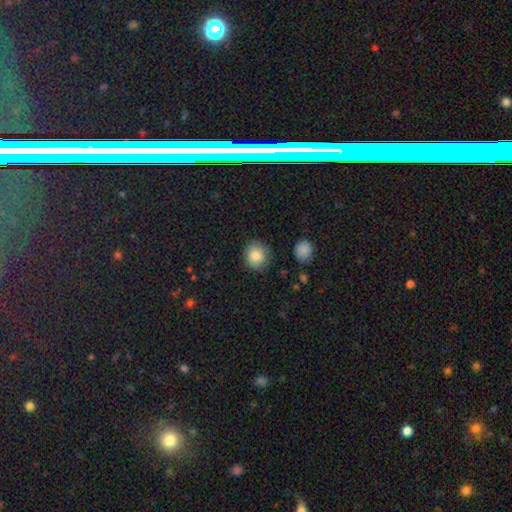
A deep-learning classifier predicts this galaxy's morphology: Smooth or featured: smooth — 85% (star or artifact — 8%)
How rounded: round — 84% (in between — 15%)
Merging: none — 84% (minor disturbance — 11%)